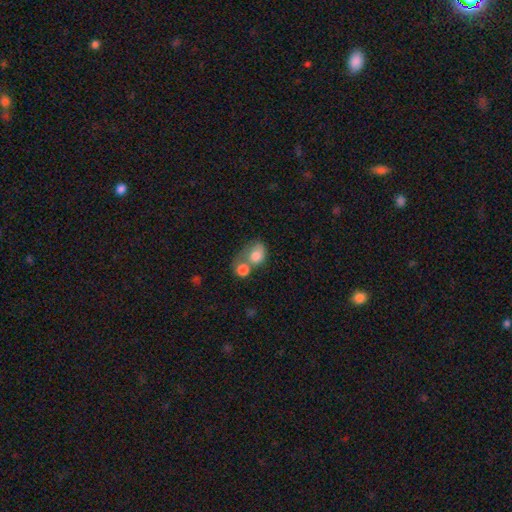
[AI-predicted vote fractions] Smooth or featured?
  - smooth: 77% *
  - featured or disk: 14%
  - star or artifact: 9%
How rounded?
  - in between: 51% *
  - round: 48%
  - cigar-shaped: 1%
Merging?
  - merger: 61% *
  - none: 20%
  - minor disturbance: 10%
  - major disturbance: 9%